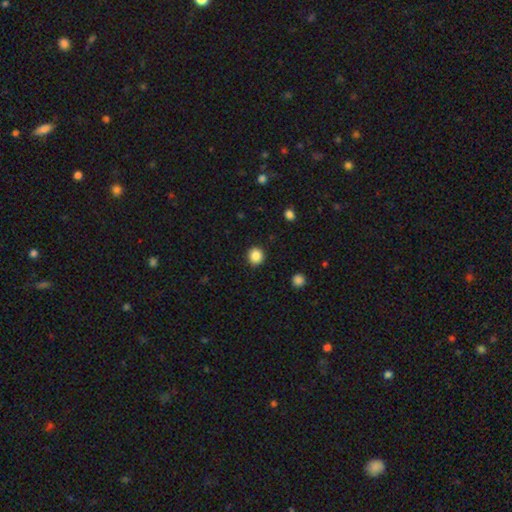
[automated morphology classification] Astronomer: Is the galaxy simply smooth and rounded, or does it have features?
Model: smooth — 87%.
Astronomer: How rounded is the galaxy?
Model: round — 91%.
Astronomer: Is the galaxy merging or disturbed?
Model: none — 91%.